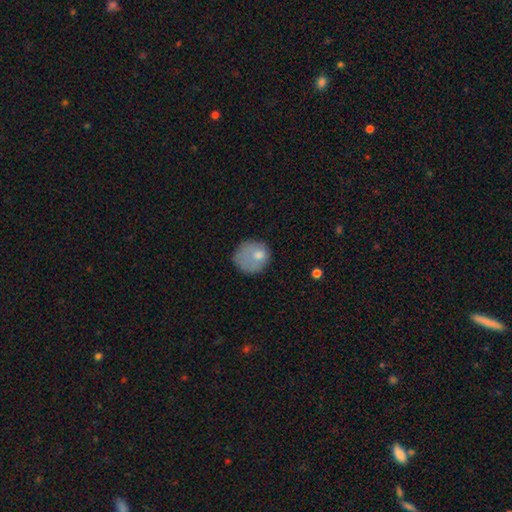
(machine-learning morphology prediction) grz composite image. It shows a smooth galaxy with no disk features (73%) that is round (75%). Merging: none (45%).